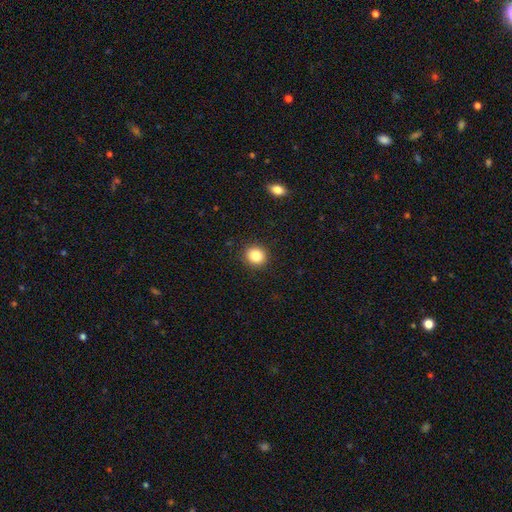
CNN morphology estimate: This appears to be a smooth galaxy with no disk features (85%) that is round (86%). Merging: none (91%).